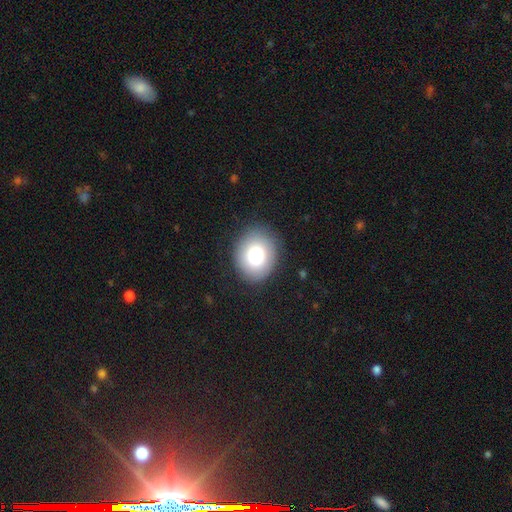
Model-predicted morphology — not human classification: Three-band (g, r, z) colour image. It shows a smooth galaxy with no disk features (83%) that is round (59%). Merging: none (86%).